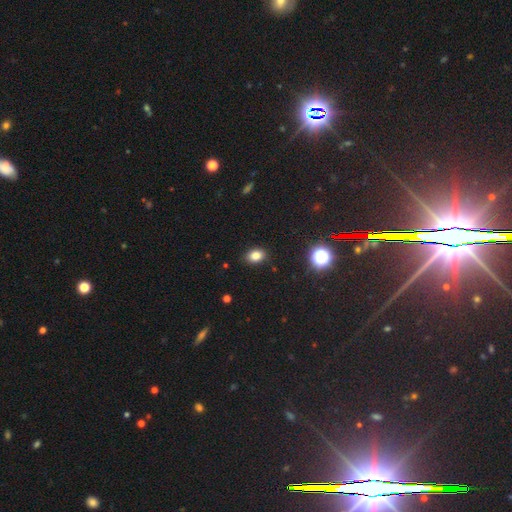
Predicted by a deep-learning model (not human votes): This appears to be a smooth galaxy with no disk features (81%) that is in between round and cigar-shaped (75%). Merging: none (88%).